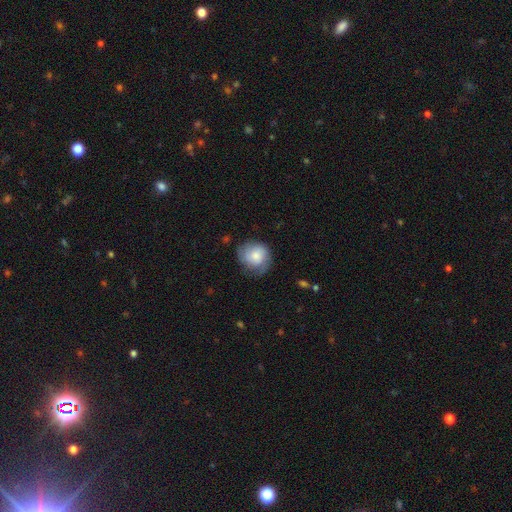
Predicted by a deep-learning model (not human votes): smooth_or_featured: smooth (p=0.66) [alt: featured or disk p=0.27]
how_rounded: round (p=0.78) [alt: in between p=0.21]
merging: none (p=0.64) [alt: minor disturbance p=0.26]